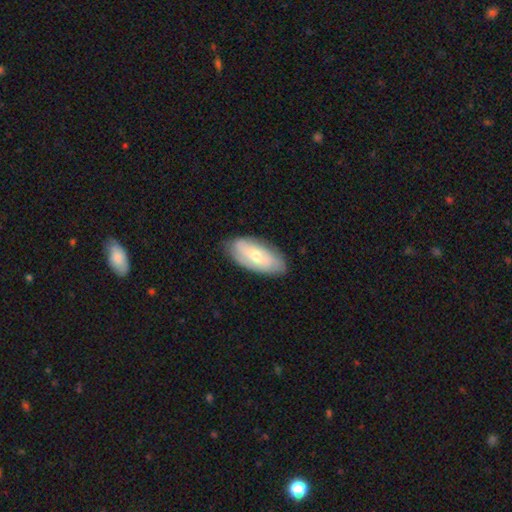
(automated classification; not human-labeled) The model was most divided on "smooth or featured": smooth: 50%, featured or disk: 45%, star or artifact: 6%. More confident: merging — none (78%).